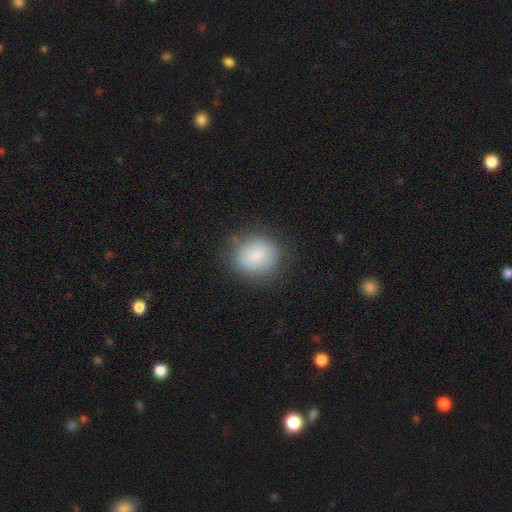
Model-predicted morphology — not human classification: The model was most divided on "how rounded": round: 66%, in between: 33%, cigar-shaped: 1%. More confident: smooth or featured — smooth (82%); merging — none (78%).